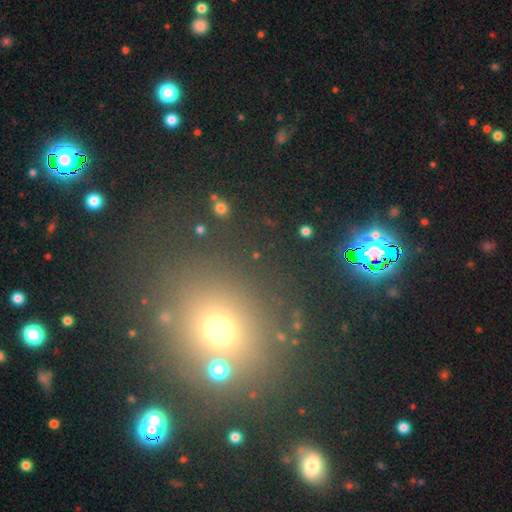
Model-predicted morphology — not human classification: Overall: smooth (48%; star or artifact 42%). Merging: none (84%).